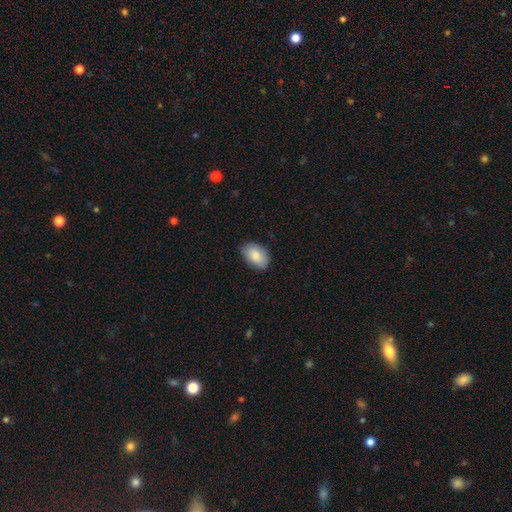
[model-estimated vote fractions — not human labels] A smooth galaxy with no disk features (87%) that is in between round and cigar-shaped (89%).

Vote fractions:
- Smooth or featured? smooth: 87% / featured or disk: 7% / star or artifact: 6%
- How rounded? in between: 89% / round: 10% / cigar-shaped: 1%
- Merging? none: 83% / minor disturbance: 14% / major disturbance: 2% / merger: 1%